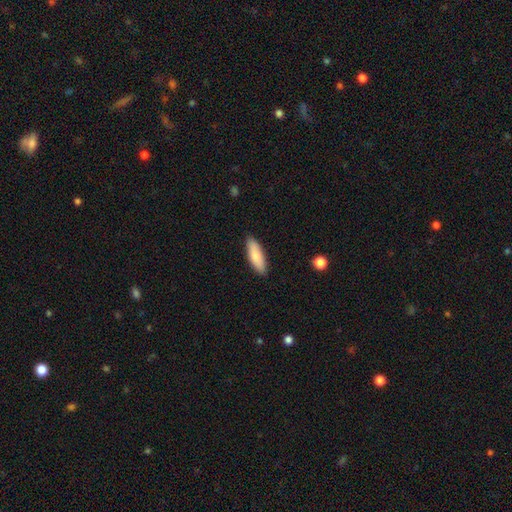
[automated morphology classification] Smooth or featured? smooth (82%)
How rounded? in between (60%)
Merging? none (88%)